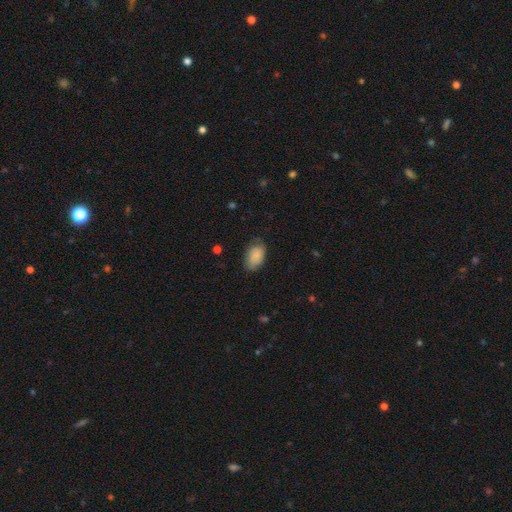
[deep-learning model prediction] Smooth or featured? smooth (81%)
How rounded? in between (91%)
Merging? none (63%)